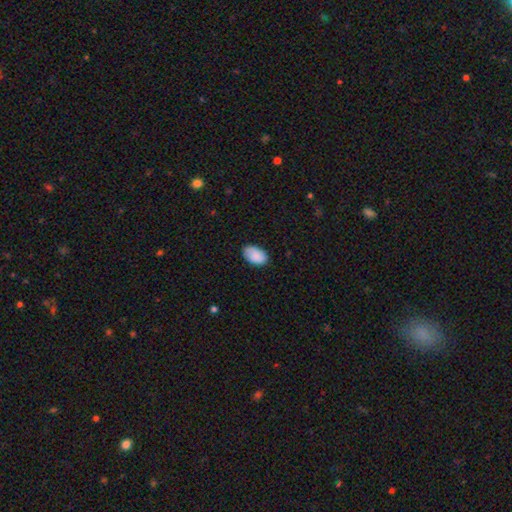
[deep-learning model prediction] Smooth or featured: smooth — 88% (star or artifact — 7%)
How rounded: in between — 93% (round — 5%)
Merging: none — 81% (minor disturbance — 15%)